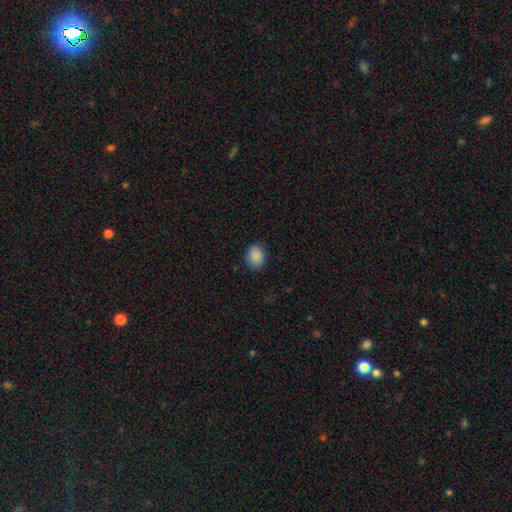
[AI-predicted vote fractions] The model was most divided on "how rounded": in between: 54%, round: 45%, cigar-shaped: 1%. More confident: smooth or featured — smooth (88%); merging — none (84%).